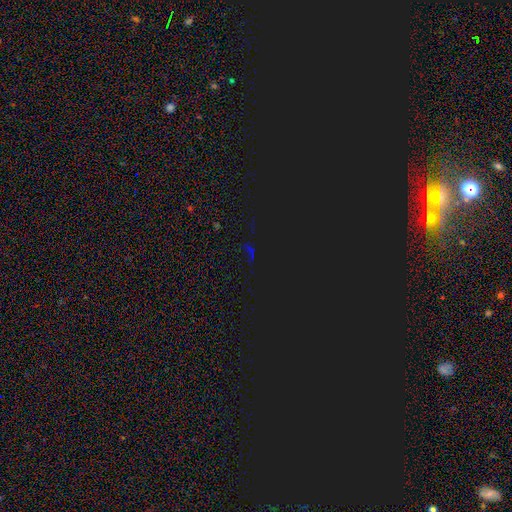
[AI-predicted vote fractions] smooth-or-featured: star or artifact: 78% | smooth: 13% | featured or disk: 8%